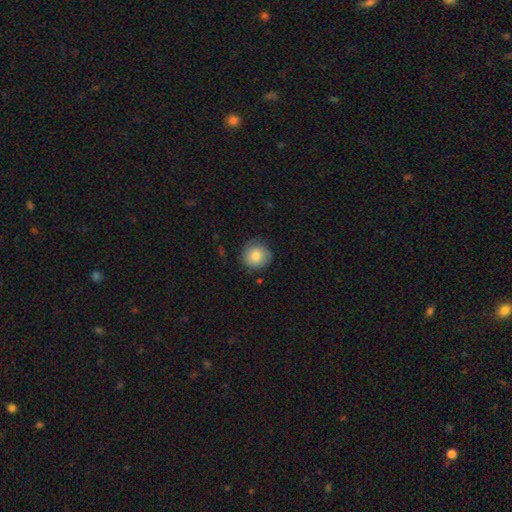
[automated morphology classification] This appears to be a smooth galaxy with no disk features (79%) that is round (93%). Merging: none (82%).